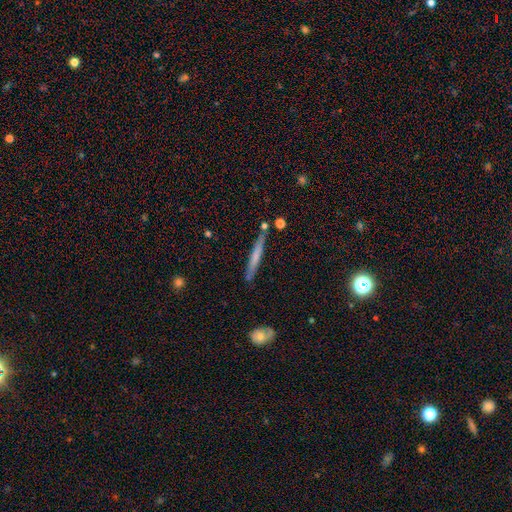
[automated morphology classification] smooth 53%, featured or disk 41%, star or artifact 6%. Down the decision tree: how rounded — cigar-shaped (96%); merging — none (85%).